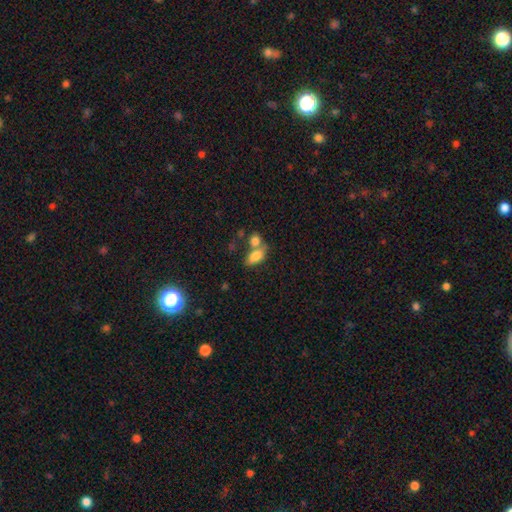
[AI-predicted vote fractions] A smooth galaxy with no disk features (75%) that is in between round and cigar-shaped (82%).

Vote fractions:
- Smooth or featured? smooth: 75% / featured or disk: 16% / star or artifact: 9%
- How rounded? in between: 82% / cigar-shaped: 11% / round: 8%
- Merging? merger: 43% / none: 39% / minor disturbance: 12% / major disturbance: 6%